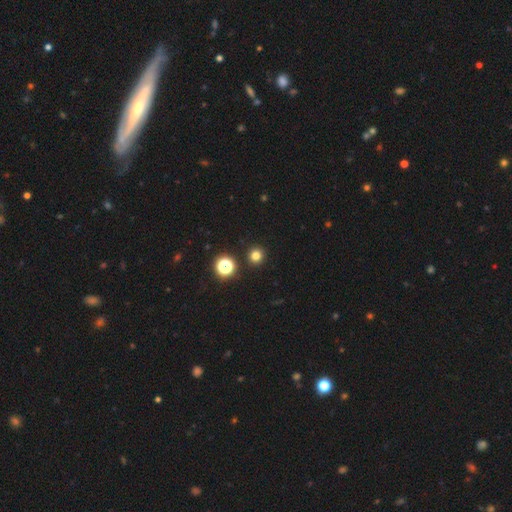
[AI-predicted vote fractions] smooth_or_featured: smooth (p=0.77) [alt: star or artifact p=0.18]
how_rounded: round (p=0.94) [alt: in between p=0.05]
merging: none (p=0.92) [alt: minor disturbance p=0.04]